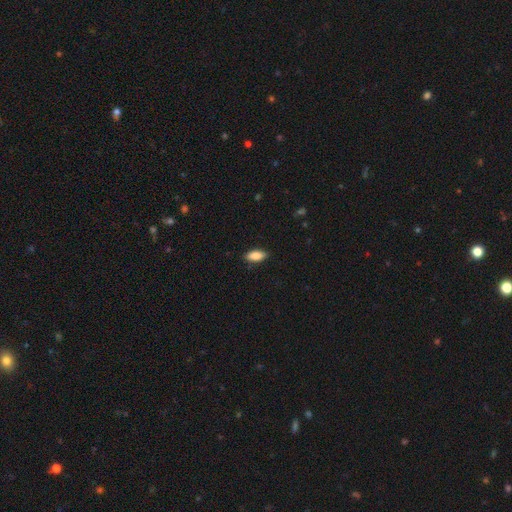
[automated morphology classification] A smooth galaxy with no disk features (86%) that is in between round and cigar-shaped (85%).

Vote fractions:
- Smooth or featured? smooth: 86% / featured or disk: 8% / star or artifact: 6%
- How rounded? in between: 85% / cigar-shaped: 13% / round: 2%
- Merging? none: 88% / minor disturbance: 10% / major disturbance: 2% / merger: 1%